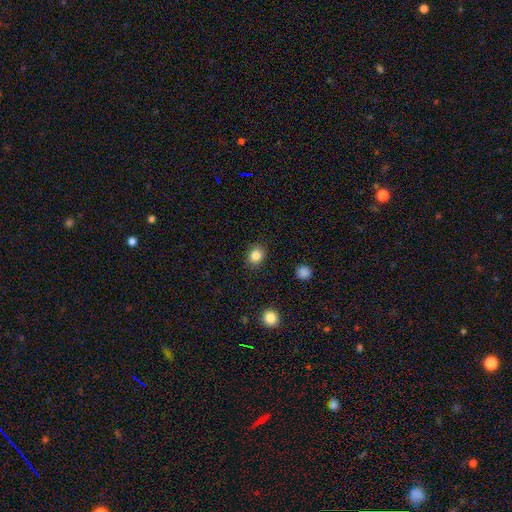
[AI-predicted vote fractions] Smooth or featured: smooth — 85% (star or artifact — 10%)
How rounded: round — 66% (in between — 33%)
Merging: none — 89% (minor disturbance — 8%)